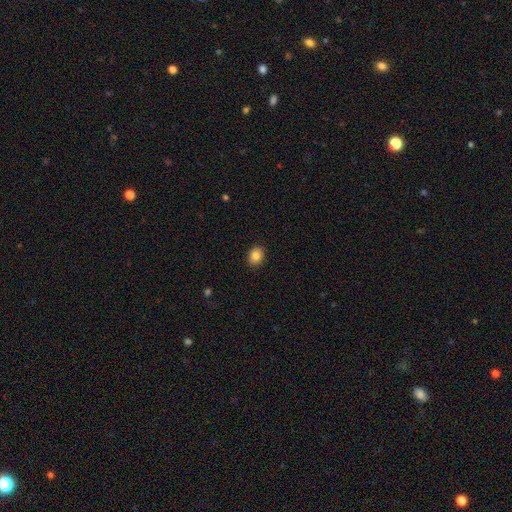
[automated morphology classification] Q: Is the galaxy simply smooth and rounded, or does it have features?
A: smooth — 85%.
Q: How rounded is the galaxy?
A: round — 51%.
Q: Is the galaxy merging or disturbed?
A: none — 90%.